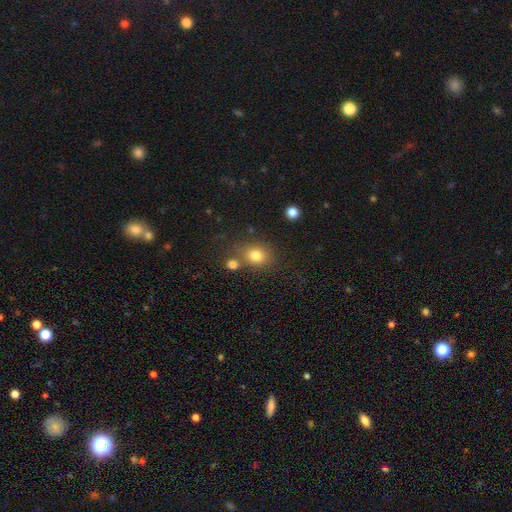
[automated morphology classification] Smooth or featured?
  - smooth: 80% *
  - star or artifact: 12%
  - featured or disk: 8%
How rounded?
  - round: 59% *
  - in between: 40%
  - cigar-shaped: 1%
Merging?
  - none: 63% *
  - merger: 19%
  - minor disturbance: 13%
  - major disturbance: 5%